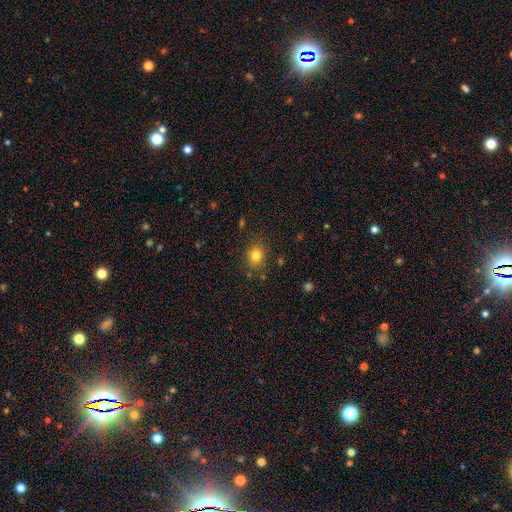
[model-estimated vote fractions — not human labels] This is clearly a smooth galaxy (81%). How rounded: likely round (65%). Merging: clearly none (83%).